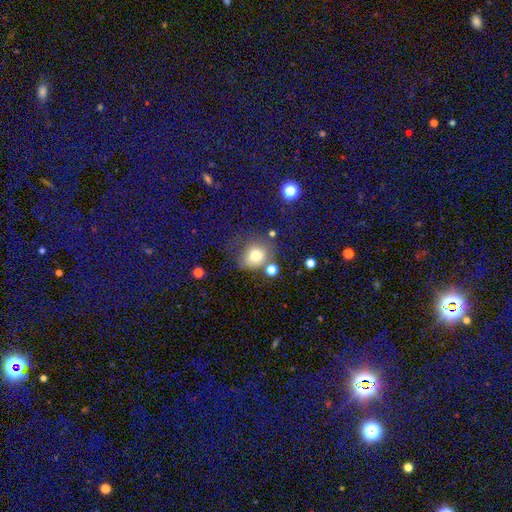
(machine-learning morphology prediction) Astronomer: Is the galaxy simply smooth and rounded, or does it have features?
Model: smooth — 76%.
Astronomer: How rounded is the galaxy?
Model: round — 73%.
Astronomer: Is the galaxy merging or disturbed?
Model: none — 60%.